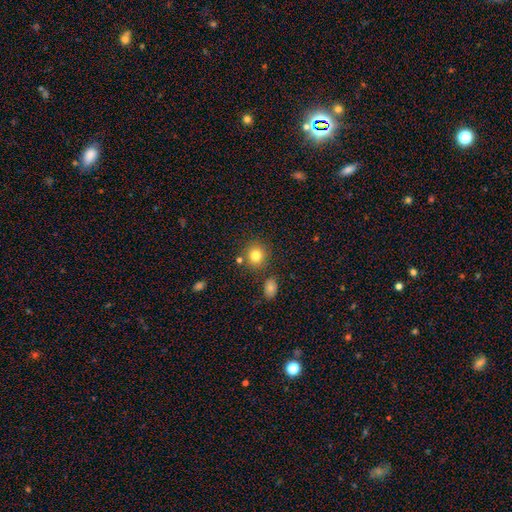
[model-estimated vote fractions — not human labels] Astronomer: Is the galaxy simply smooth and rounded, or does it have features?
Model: smooth — 81%.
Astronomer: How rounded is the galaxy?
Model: round — 87%.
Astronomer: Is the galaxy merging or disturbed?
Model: none — 81%.